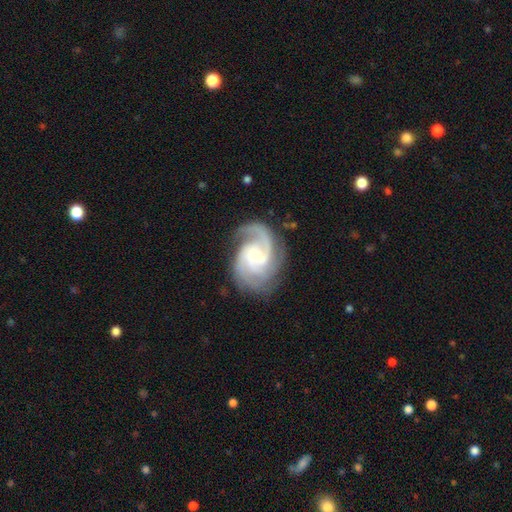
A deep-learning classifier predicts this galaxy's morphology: Q: Smooth or featured?
A: featured or disk (92%); runner-up: smooth (4%)
Q: Edge-on disk?
A: no (98%); runner-up: yes (2%)
Q: Bar?
A: no (52%); runner-up: weak (39%)
Q: Spiral arms?
A: yes (98%); runner-up: no (2%)
Q: Spiral winding?
A: medium (48%); runner-up: tight (41%)
Q: Spiral arm count?
A: 3 (42%); runner-up: 2 (34%)
Q: Bulge size?
A: small (52%); runner-up: moderate (42%)
Q: Merging?
A: none (76%); runner-up: minor disturbance (16%)